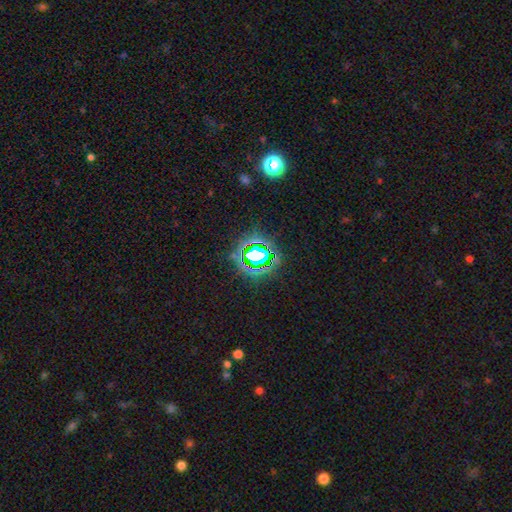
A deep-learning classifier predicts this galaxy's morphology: Smooth or featured: star or artifact — 73% (smooth — 16%)